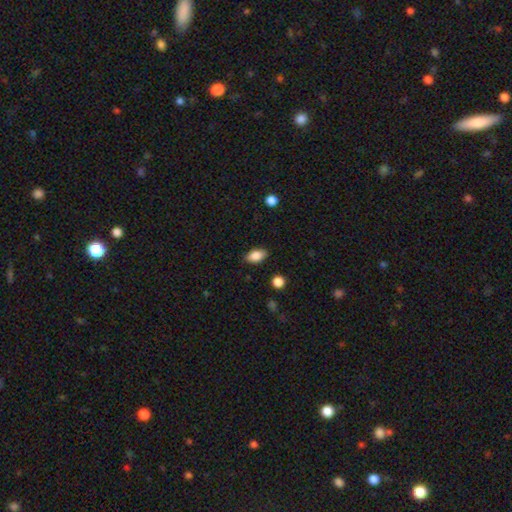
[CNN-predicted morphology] smooth_or_featured: smooth (p=0.86) [alt: star or artifact p=0.08]
how_rounded: in between (p=0.90) [alt: round p=0.06]
merging: none (p=0.85) [alt: minor disturbance p=0.11]